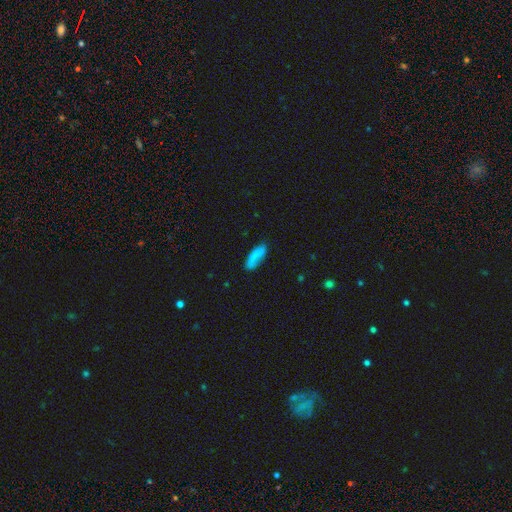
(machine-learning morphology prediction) smooth 76%, featured or disk 16%, star or artifact 8%. Down the decision tree: how rounded — in between (63%); merging — none (57%).